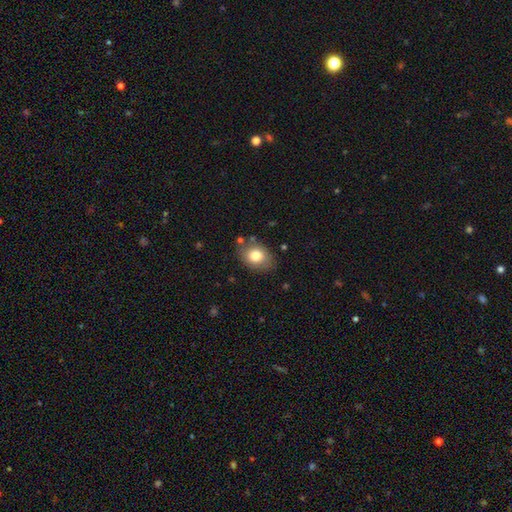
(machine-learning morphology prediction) smooth 79%, featured or disk 12%, star or artifact 9%. Down the decision tree: how rounded — in between (66%); merging — none (78%).